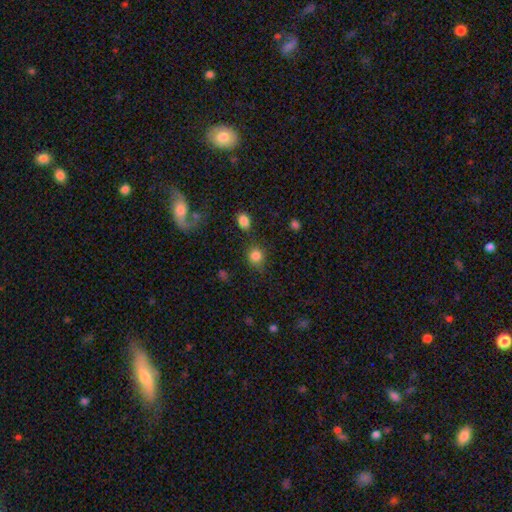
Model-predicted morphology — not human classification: Smooth or featured?
  - smooth: 84% *
  - star or artifact: 11%
  - featured or disk: 6%
How rounded?
  - round: 82% *
  - in between: 17%
  - cigar-shaped: 1%
Merging?
  - none: 73% *
  - minor disturbance: 15%
  - major disturbance: 6%
  - merger: 6%